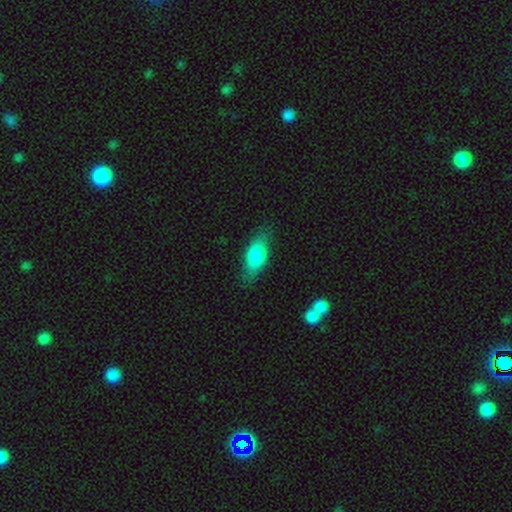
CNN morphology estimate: smooth 80%, featured or disk 13%, star or artifact 7%. Down the decision tree: how rounded — in between (81%); merging — none (76%).